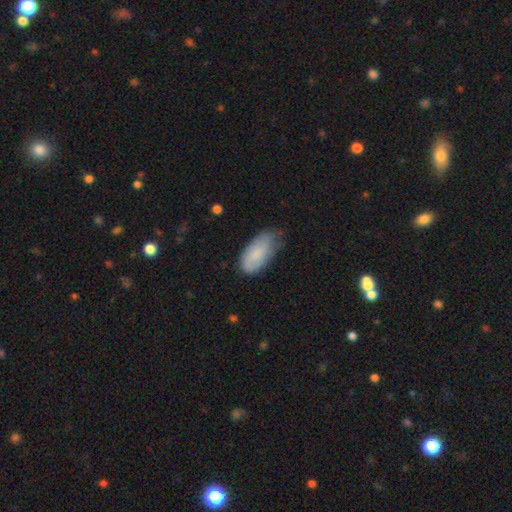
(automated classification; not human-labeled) Smooth or featured?
  - smooth: 80% *
  - featured or disk: 14%
  - star or artifact: 6%
How rounded?
  - in between: 93% *
  - cigar-shaped: 4%
  - round: 2%
Merging?
  - none: 47% *
  - minor disturbance: 41%
  - major disturbance: 10%
  - merger: 2%